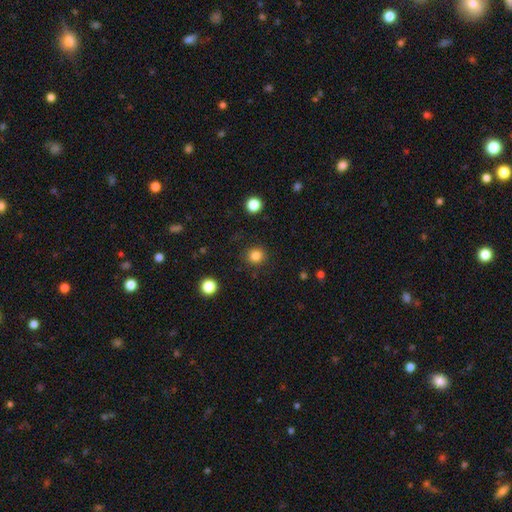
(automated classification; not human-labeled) Morphology: type=smooth (83%); roundness=round (91%); merging=none (90%).